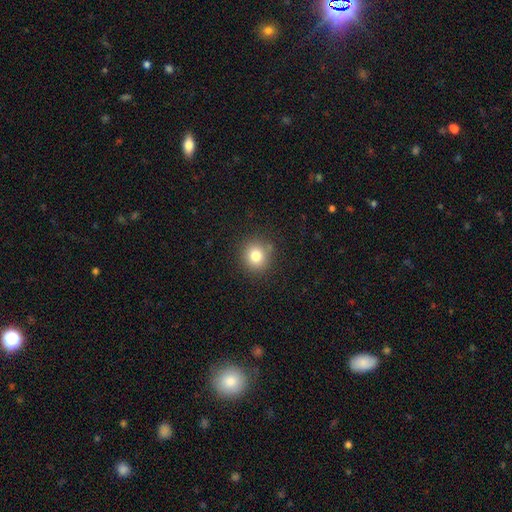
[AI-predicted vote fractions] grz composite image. It shows a smooth galaxy with no disk features (79%) that is round (88%). Merging: none (87%).